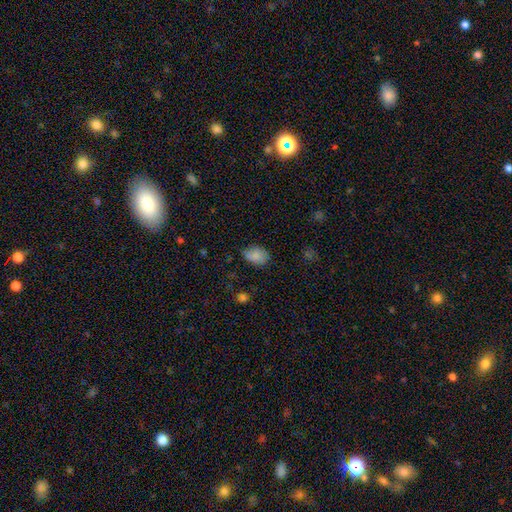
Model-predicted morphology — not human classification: Smooth or featured? smooth (83%)
How rounded? in between (78%)
Merging? none (66%)